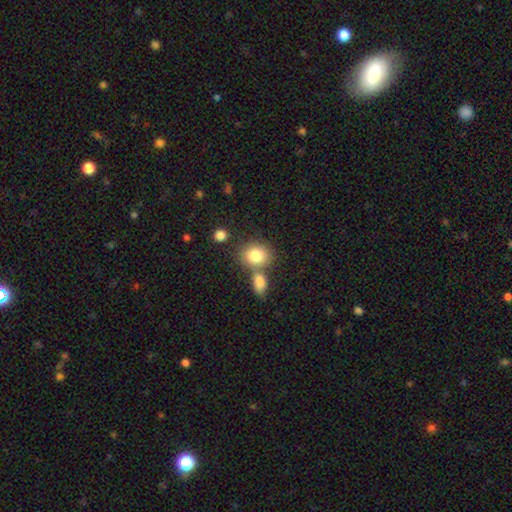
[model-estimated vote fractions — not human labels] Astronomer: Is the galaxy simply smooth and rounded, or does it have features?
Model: smooth — 82%.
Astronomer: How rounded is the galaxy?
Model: round — 53% (runner-up: in between, 46%).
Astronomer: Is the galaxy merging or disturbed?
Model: none — 54% (runner-up: merger, 30%).